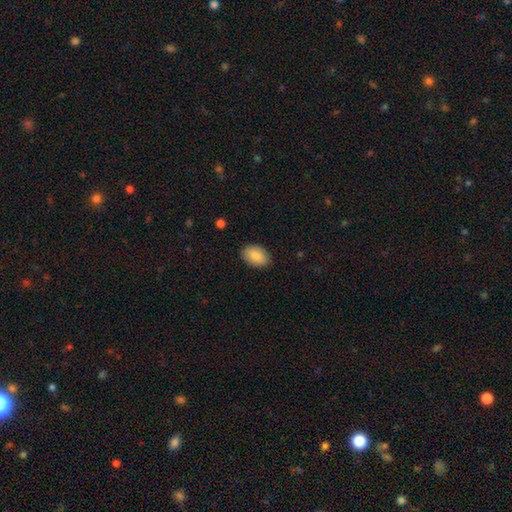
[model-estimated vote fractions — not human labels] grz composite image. It shows a smooth galaxy with no disk features (86%) that is in between round and cigar-shaped (86%). Merging: none (86%).